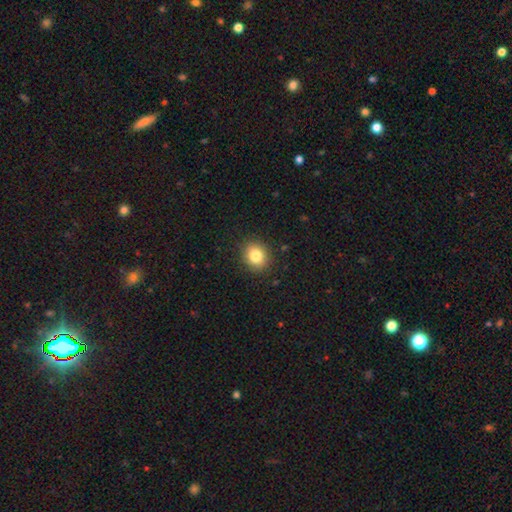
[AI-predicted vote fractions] This appears to be a smooth galaxy with no disk features (82%) that is round (73%). Merging: none (90%).